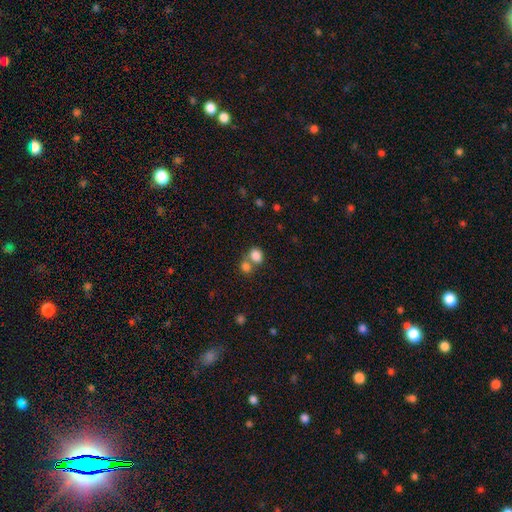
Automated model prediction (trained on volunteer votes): Q: Smooth or featured?
A: smooth (83%); runner-up: star or artifact (10%)
Q: How rounded?
A: round (59%); runner-up: in between (40%)
Q: Merging?
A: merger (49%); runner-up: none (40%)